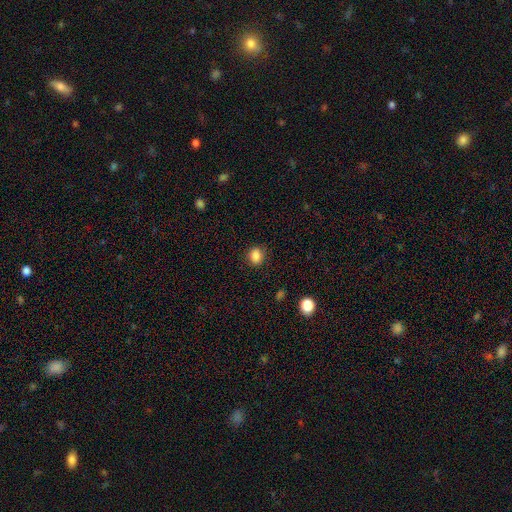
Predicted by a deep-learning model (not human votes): Smooth or featured: smooth — 86% (star or artifact — 10%)
How rounded: round — 55% (in between — 44%)
Merging: none — 86% (minor disturbance — 10%)